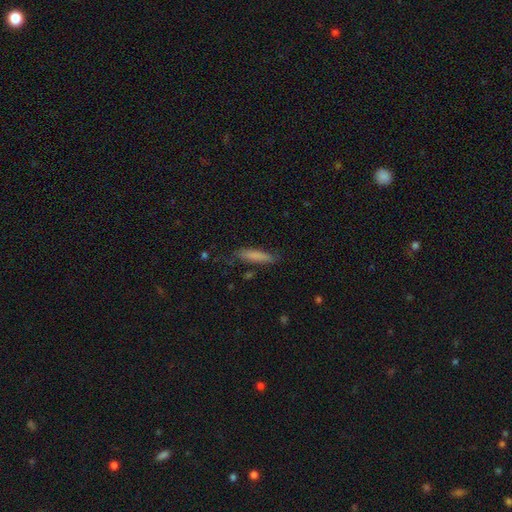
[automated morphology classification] Q: Smooth or featured?
A: smooth (77%); runner-up: featured or disk (16%)
Q: How rounded?
A: cigar-shaped (83%); runner-up: in between (15%)
Q: Merging?
A: none (73%); runner-up: minor disturbance (20%)